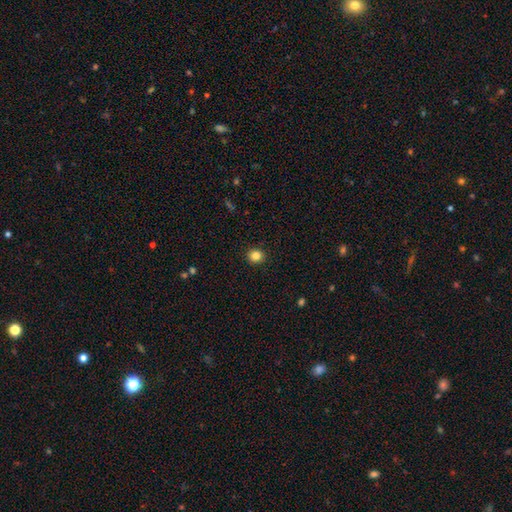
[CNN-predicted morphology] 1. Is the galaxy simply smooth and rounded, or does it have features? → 84% smooth, 12% star or artifact, 5% featured or disk.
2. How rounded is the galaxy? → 90% round, 9% in between, 1% cigar-shaped.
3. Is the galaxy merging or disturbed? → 93% none, 5% minor disturbance, 2% major disturbance, 1% merger.